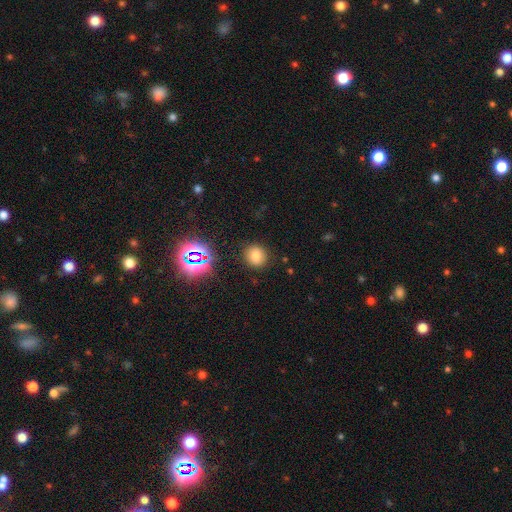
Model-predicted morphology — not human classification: Smooth or featured: smooth — 73% (star or artifact — 19%)
How rounded: round — 85% (in between — 14%)
Merging: none — 88% (minor disturbance — 7%)